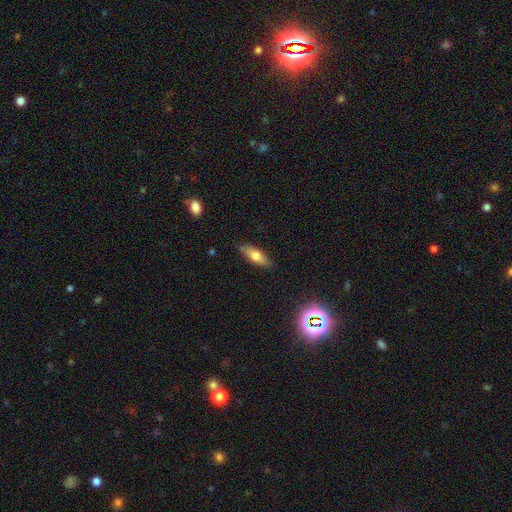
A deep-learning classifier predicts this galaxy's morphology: smooth-or-featured: smooth: 67% | featured or disk: 25% | star or artifact: 8%
  how-rounded: in between: 59% | cigar-shaped: 39% | round: 3%
  merging: none: 85% | minor disturbance: 12% | major disturbance: 2% | merger: 1%